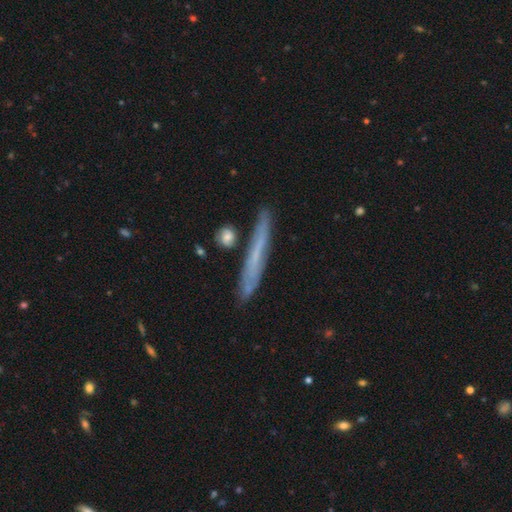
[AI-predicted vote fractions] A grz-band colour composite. It shows a smooth galaxy with no disk features (49%). Merging: none (82%).